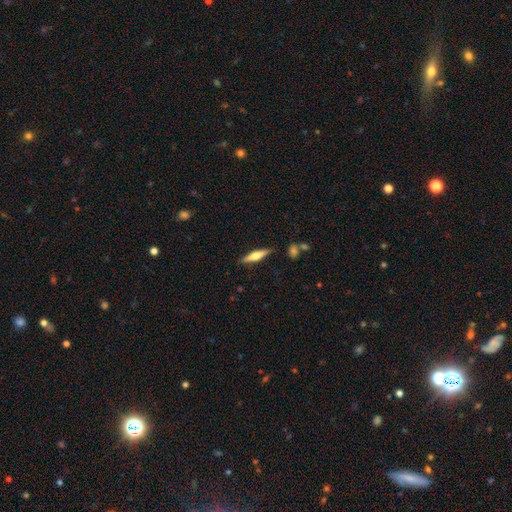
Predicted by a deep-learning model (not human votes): Smooth or featured?
  - featured or disk: 48% *
  - smooth: 46%
  - star or artifact: 6%
Merging?
  - none: 87% *
  - minor disturbance: 9%
  - major disturbance: 2%
  - merger: 2%